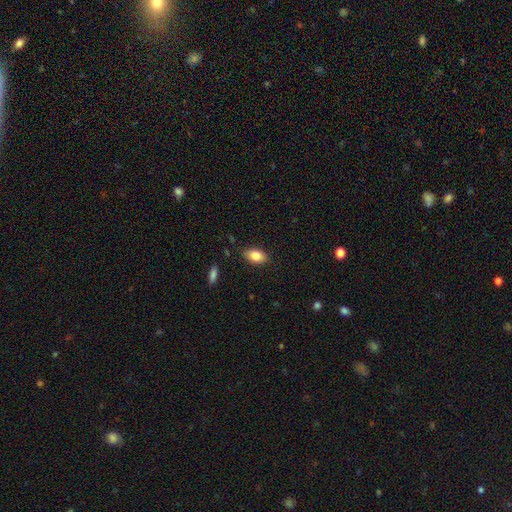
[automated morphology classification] Smooth or featured? smooth (83%)
How rounded? in between (89%)
Merging? none (83%)